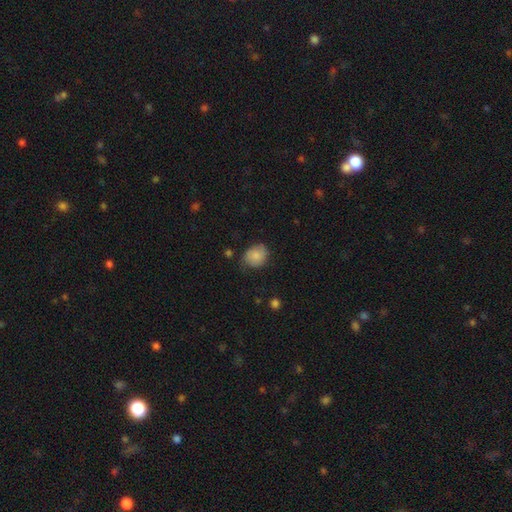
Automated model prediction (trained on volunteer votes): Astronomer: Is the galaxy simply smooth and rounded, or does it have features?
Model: smooth — 81%.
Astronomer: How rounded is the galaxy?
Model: round — 59% (runner-up: in between, 40%).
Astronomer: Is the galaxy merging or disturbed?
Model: none — 69%.